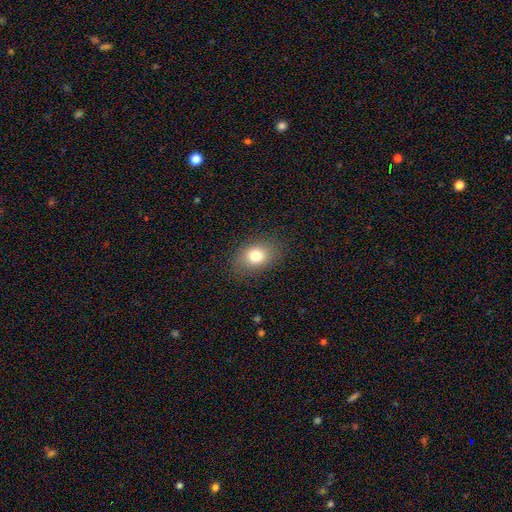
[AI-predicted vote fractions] This is likely a smooth galaxy (78%). How rounded: likely in between (67%). Merging: clearly none (84%).